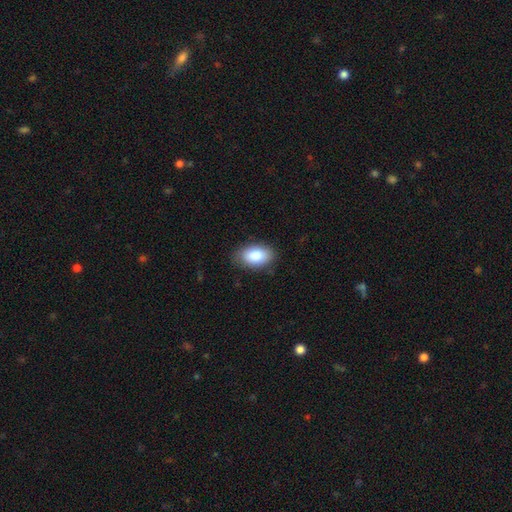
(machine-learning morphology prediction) Smooth or featured? Predicted: smooth (p=0.83). How rounded? Predicted: in between (p=0.91). Merging? Predicted: none (p=0.83).